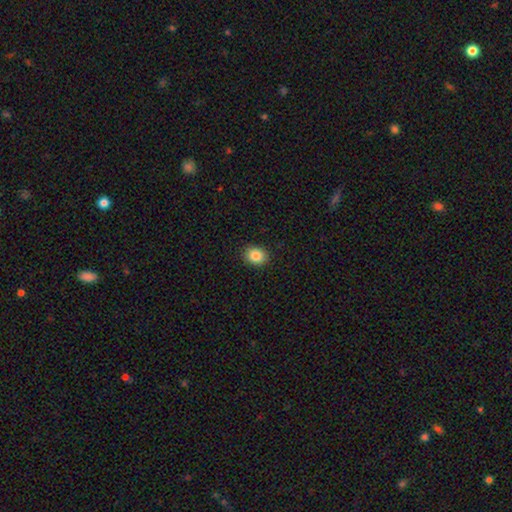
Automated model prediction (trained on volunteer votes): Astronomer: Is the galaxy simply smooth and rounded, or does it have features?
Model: smooth — 86%.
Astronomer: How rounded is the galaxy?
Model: round — 55% (runner-up: in between, 45%).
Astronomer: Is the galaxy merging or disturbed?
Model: none — 90%.